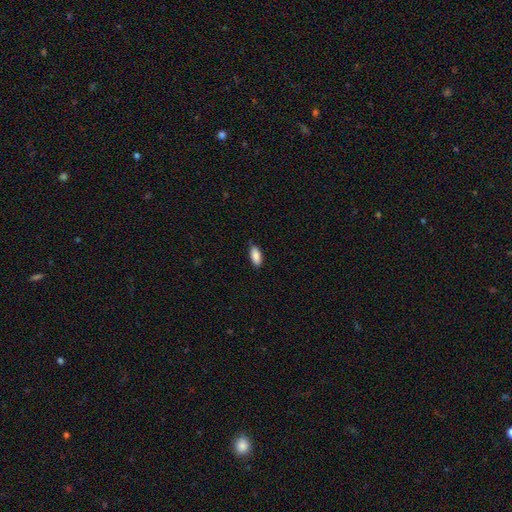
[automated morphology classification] This appears to be a smooth galaxy with no disk features (89%) that is in between round and cigar-shaped (88%). Merging: none (81%).